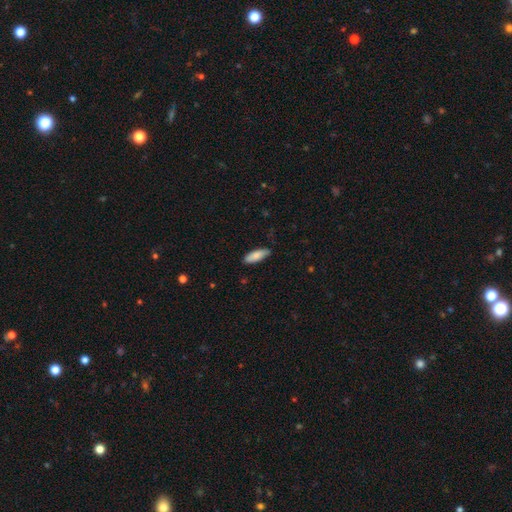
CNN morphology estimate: Overall: smooth (82%). How rounded: in between (68%; cigar-shaped 31%). Merging: none (83%).